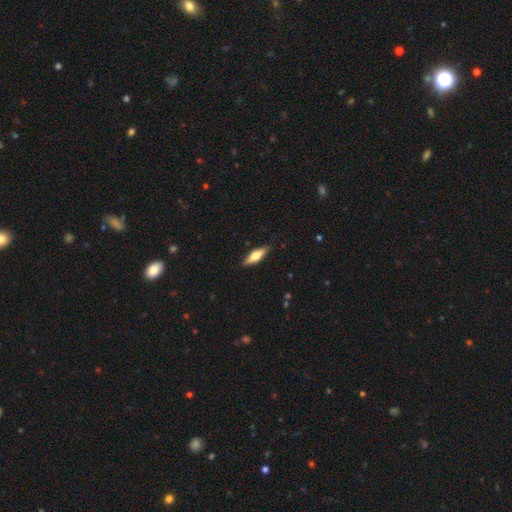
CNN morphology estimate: Smooth or featured: smooth — 48% (featured or disk — 47%)
Merging: none — 88% (minor disturbance — 9%)